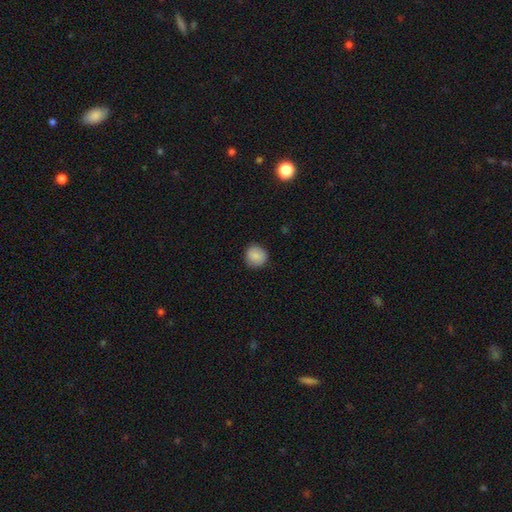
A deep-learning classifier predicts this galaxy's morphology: smooth-or-featured: smooth: 87% | star or artifact: 8% | featured or disk: 5%
  how-rounded: round: 91% | in between: 8% | cigar-shaped: 1%
  merging: none: 88% | minor disturbance: 9% | major disturbance: 2% | merger: 1%